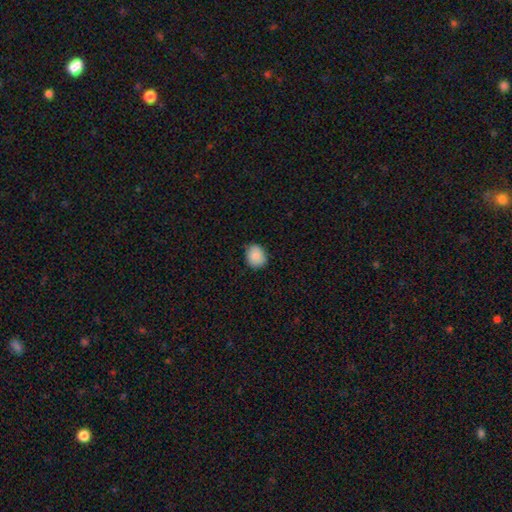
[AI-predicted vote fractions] Morphology: type=smooth (88%); roundness=round (67%); merging=none (82%).